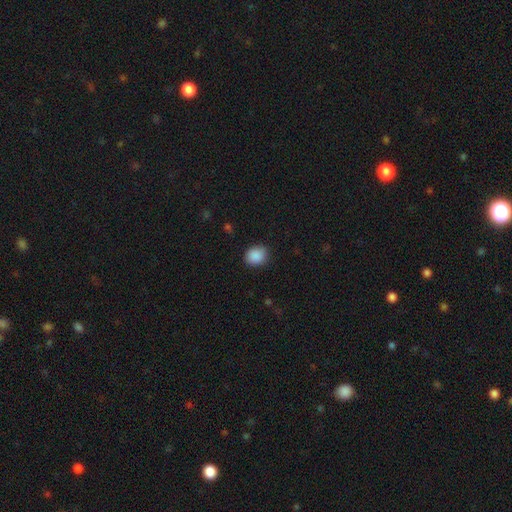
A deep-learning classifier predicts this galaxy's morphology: A smooth galaxy with no disk features (89%) that is round (64%).

Vote fractions:
- Smooth or featured? smooth: 89% / star or artifact: 8% / featured or disk: 3%
- How rounded? round: 64% / in between: 35% / cigar-shaped: 1%
- Merging? none: 86% / minor disturbance: 10% / major disturbance: 3% / merger: 1%